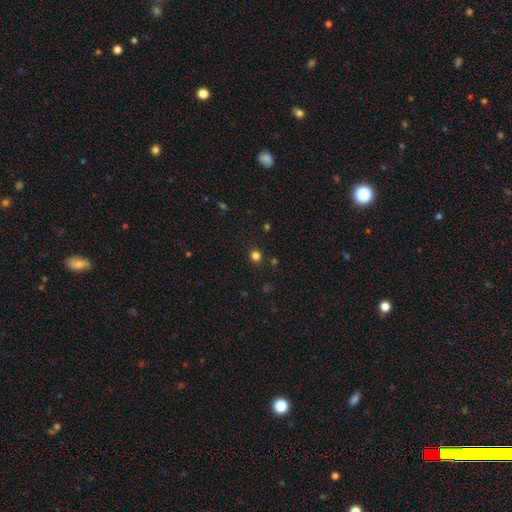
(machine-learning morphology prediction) Smooth or featured?
  - smooth: 79% *
  - star or artifact: 17%
  - featured or disk: 4%
How rounded?
  - round: 90% *
  - in between: 9%
  - cigar-shaped: 1%
Merging?
  - none: 91% *
  - minor disturbance: 6%
  - major disturbance: 2%
  - merger: 2%